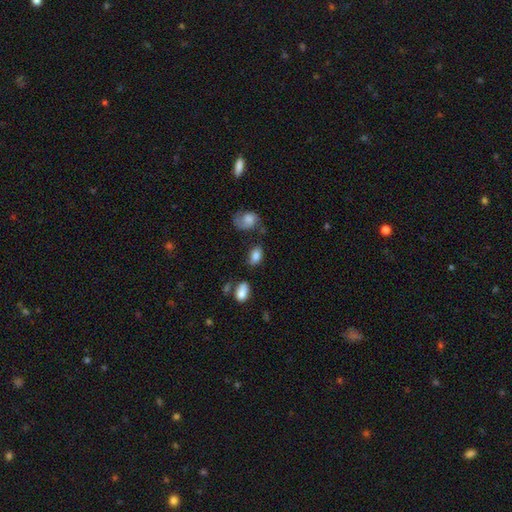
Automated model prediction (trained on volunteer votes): This is likely a smooth galaxy (80%). How rounded: clearly in between (89%). Merging: likely none (64%).